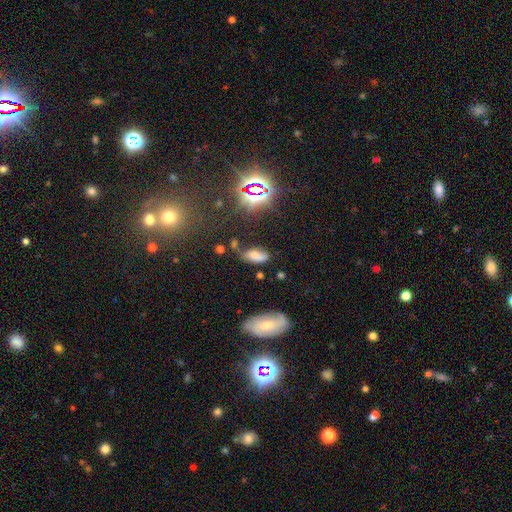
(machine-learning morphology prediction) This is likely a smooth galaxy (65%). How rounded: clearly in between (87%). Merging: possibly none (51%).